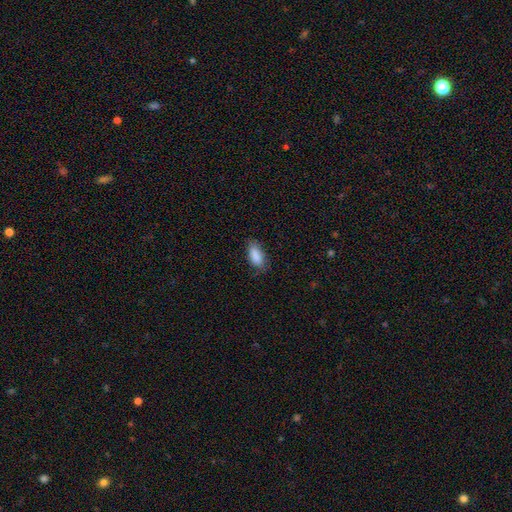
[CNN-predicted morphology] Smooth or featured? smooth (88%)
How rounded? in between (86%)
Merging? none (76%)